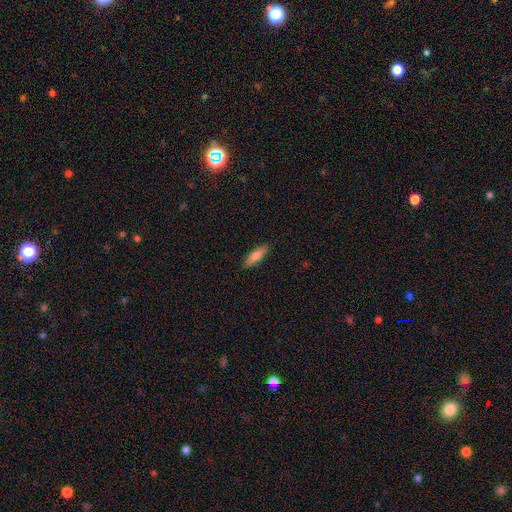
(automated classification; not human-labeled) This appears to be a smooth galaxy with no disk features (75%) that is cigar-shaped (64%). Merging: none (88%).